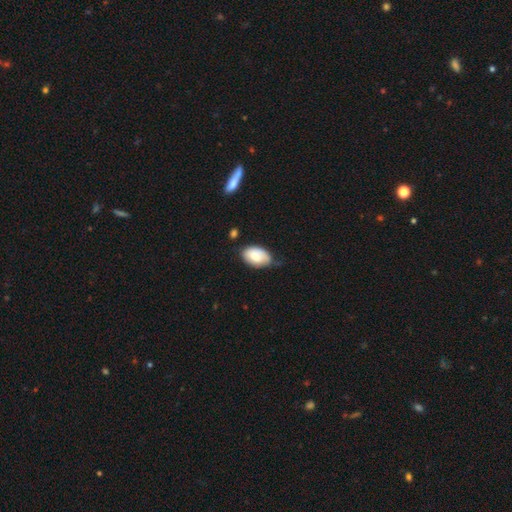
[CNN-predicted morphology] A smooth galaxy with no disk features (74%) that is in between round and cigar-shaped (93%). Merging: none (50%).